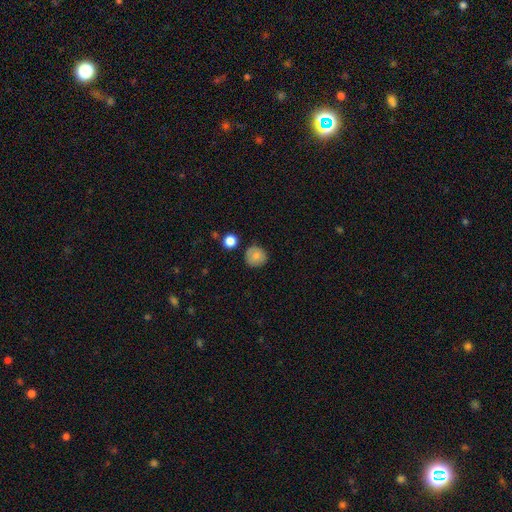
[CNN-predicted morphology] smooth 79%, featured or disk 12%, star or artifact 9%. Down the decision tree: how rounded — round (91%); merging — none (81%).